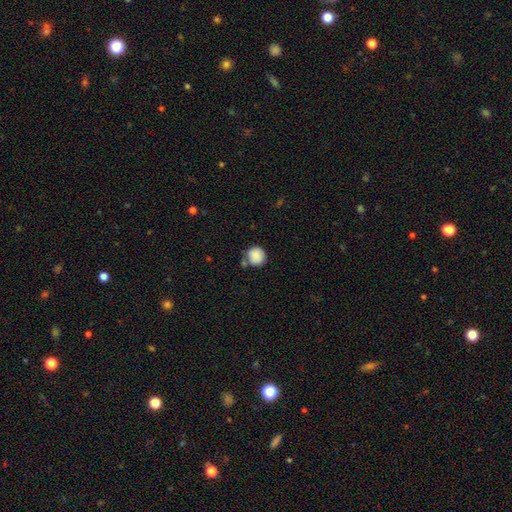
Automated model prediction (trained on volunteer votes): This is clearly a smooth galaxy (88%). How rounded: clearly round (91%). Merging: likely none (66%).